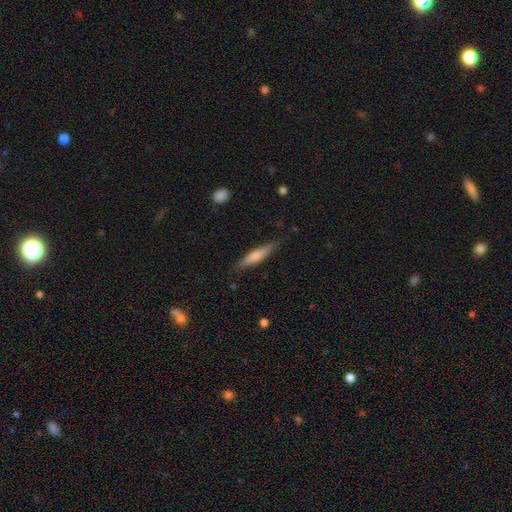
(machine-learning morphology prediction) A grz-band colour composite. It shows a smooth galaxy with no disk features (59%) that is cigar-shaped (83%). Merging: none (83%).